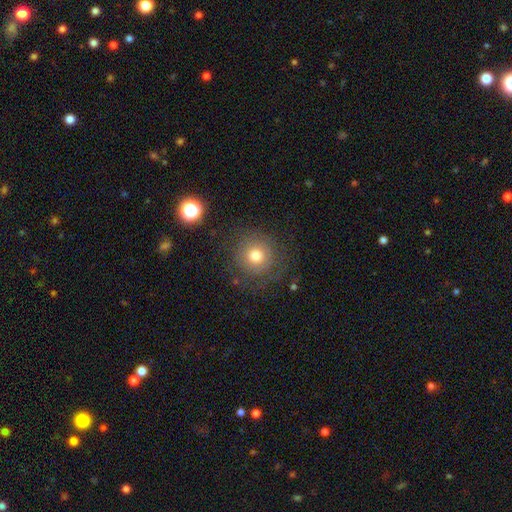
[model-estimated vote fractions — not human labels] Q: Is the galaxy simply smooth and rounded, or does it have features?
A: smooth — 74%.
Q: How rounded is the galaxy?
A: round — 93%.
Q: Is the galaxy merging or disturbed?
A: none — 80%.